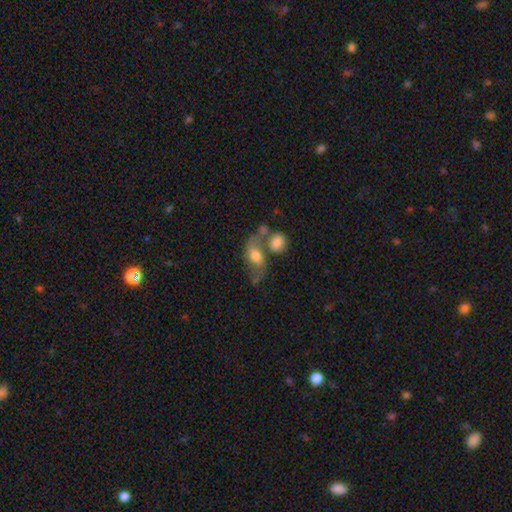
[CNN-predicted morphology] This is possibly a smooth galaxy (52%). How rounded: clearly in between (82%). Merging: marginally none (40%).